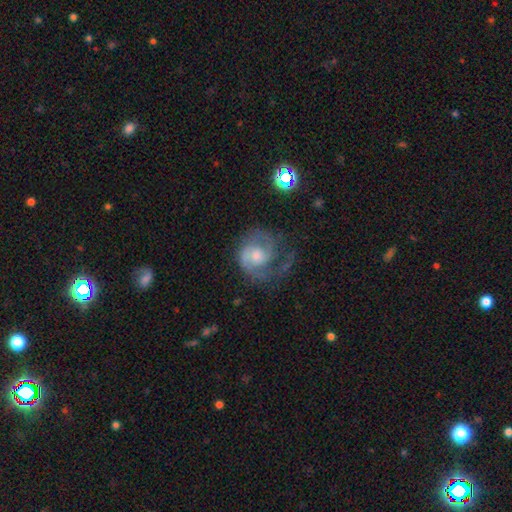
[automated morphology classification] Smooth or featured? Predicted: featured or disk (p=0.79). Edge-on disk? Predicted: no (p=0.98). Bar? Predicted: no (p=0.64). Spiral arms? Predicted: yes (p=0.94). Spiral winding? Predicted: medium (p=0.44). Spiral arm count? Predicted: 2 (p=0.59). Bulge size? Predicted: moderate (p=0.52). Merging? Predicted: none (p=0.55).